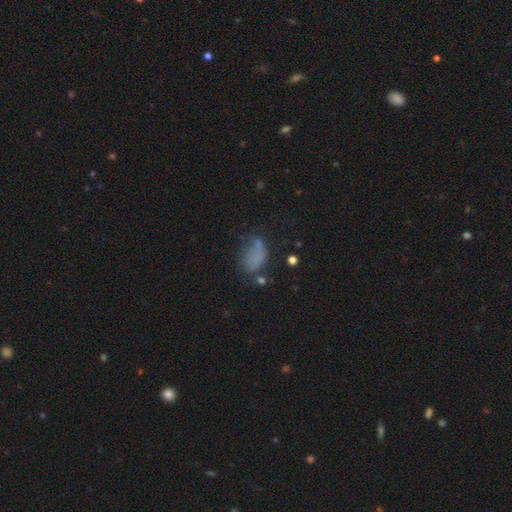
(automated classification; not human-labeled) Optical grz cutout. It shows a smooth galaxy with no disk features (62%) that is in between round and cigar-shaped (83%). Merging: none (39%).